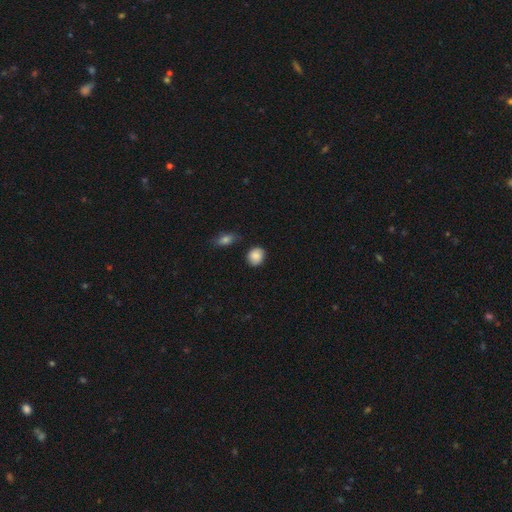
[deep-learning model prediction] The model was most divided on "how rounded": round: 67%, in between: 32%, cigar-shaped: 1%. More confident: smooth or featured — smooth (88%); merging — none (80%).